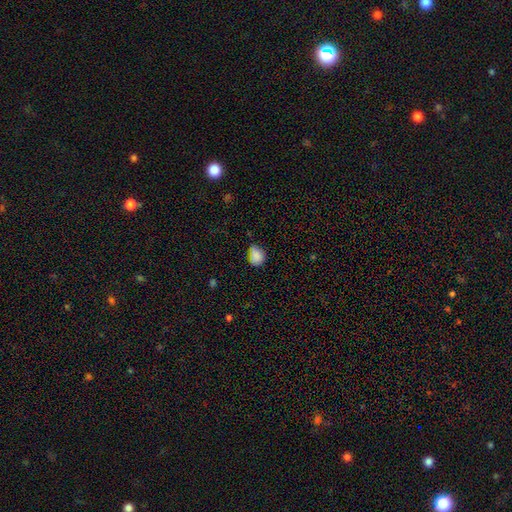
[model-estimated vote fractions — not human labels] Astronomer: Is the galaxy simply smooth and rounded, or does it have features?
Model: smooth — 83%.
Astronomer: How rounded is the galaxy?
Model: in between — 50% (runner-up: round, 49%).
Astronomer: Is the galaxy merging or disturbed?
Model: none — 50% (runner-up: minor disturbance, 38%).